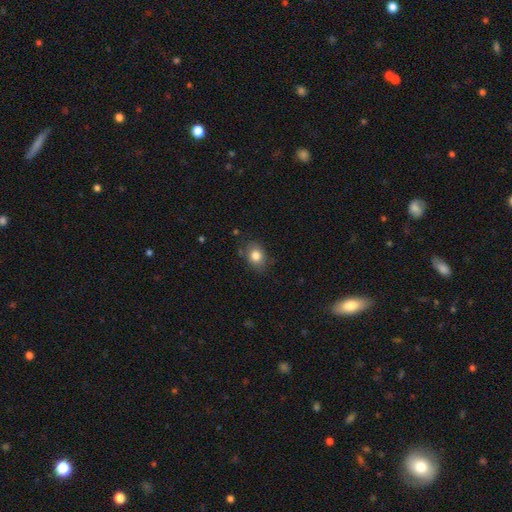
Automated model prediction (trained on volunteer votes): A smooth galaxy with no disk features (81%) that is in between round and cigar-shaped (54%).

Vote fractions:
- Smooth or featured? smooth: 81% / star or artifact: 10% / featured or disk: 9%
- How rounded? in between: 54% / round: 45% / cigar-shaped: 1%
- Merging? none: 77% / minor disturbance: 17% / major disturbance: 4% / merger: 2%